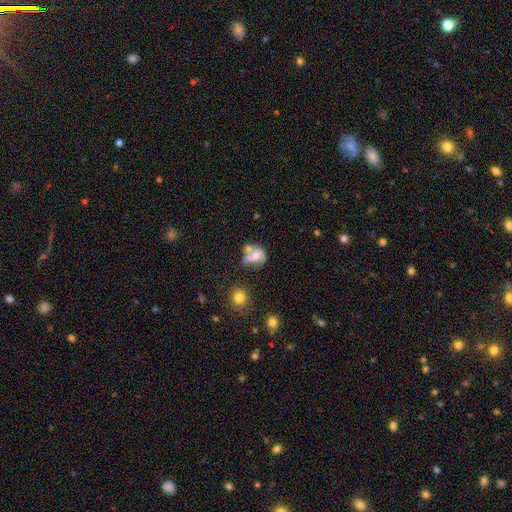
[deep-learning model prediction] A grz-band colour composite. It shows a featured or disk galaxy (46%). Merging: merger (41%).